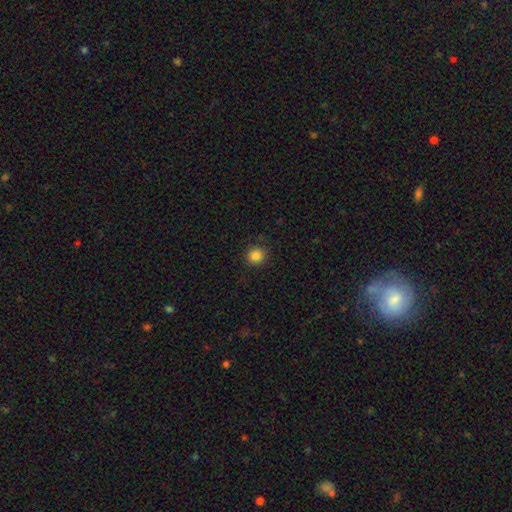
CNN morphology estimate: type=smooth (85%); roundness=round (90%); merging=none (88%).